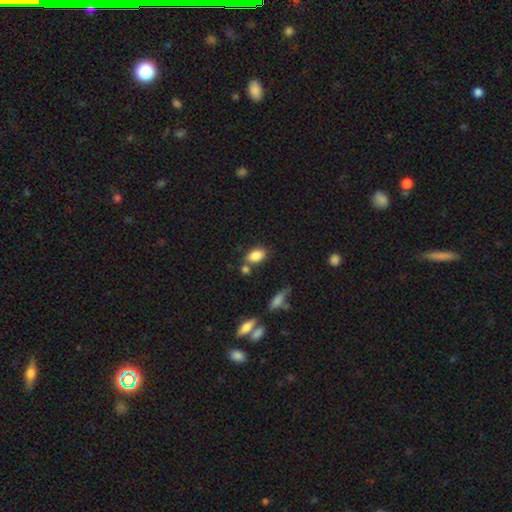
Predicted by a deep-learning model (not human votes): smooth-or-featured: smooth: 85% | star or artifact: 8% | featured or disk: 7%
  how-rounded: in between: 89% | round: 8% | cigar-shaped: 3%
  merging: none: 67% | minor disturbance: 15% | merger: 14% | major disturbance: 4%